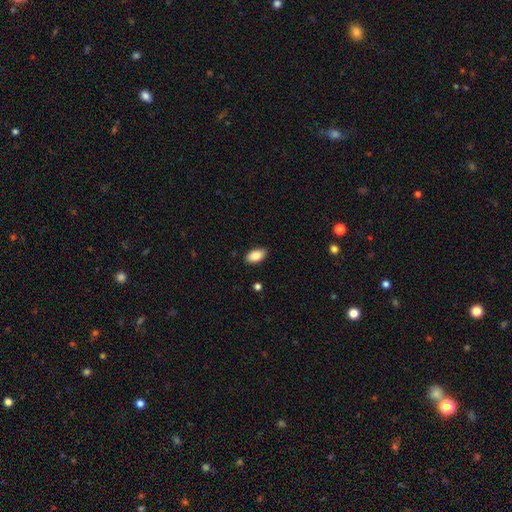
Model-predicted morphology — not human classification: Smooth or featured: smooth — 85% (featured or disk — 8%)
How rounded: in between — 93% (round — 4%)
Merging: none — 87% (minor disturbance — 10%)